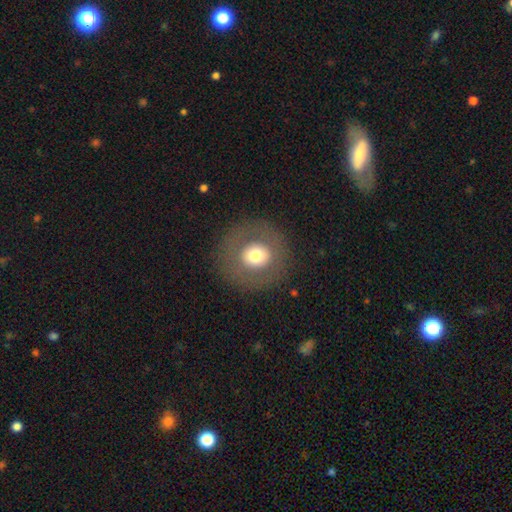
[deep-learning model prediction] Q: Smooth or featured?
A: smooth (63%); runner-up: featured or disk (27%)
Q: How rounded?
A: round (92%); runner-up: in between (7%)
Q: Merging?
A: none (86%); runner-up: minor disturbance (7%)